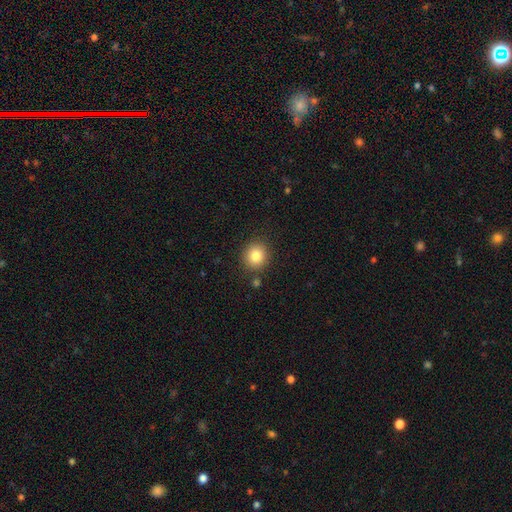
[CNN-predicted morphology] A smooth galaxy with no disk features (84%) that is round (87%). Merging: none (86%).